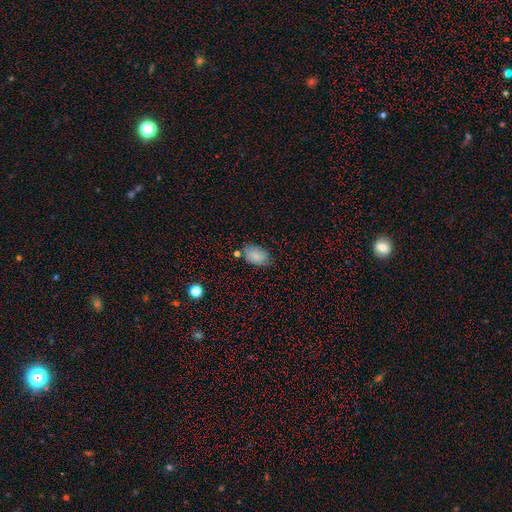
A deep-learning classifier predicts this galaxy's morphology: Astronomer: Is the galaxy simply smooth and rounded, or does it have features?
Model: smooth — 79%.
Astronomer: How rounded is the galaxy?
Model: in between — 87%.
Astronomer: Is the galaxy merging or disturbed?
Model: none — 75%.